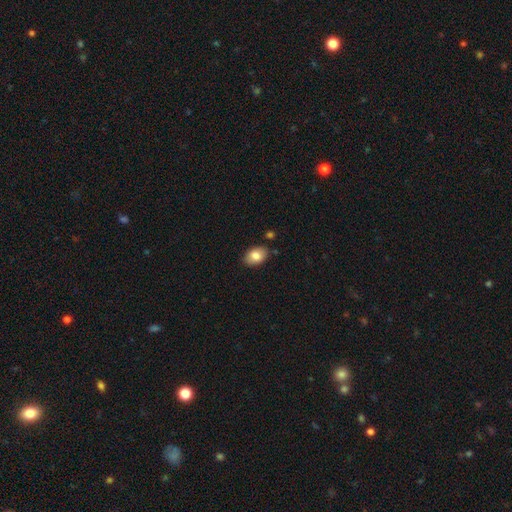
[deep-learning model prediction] smooth 83%, featured or disk 9%, star or artifact 7%. Down the decision tree: how rounded — in between (86%); merging — none (82%).